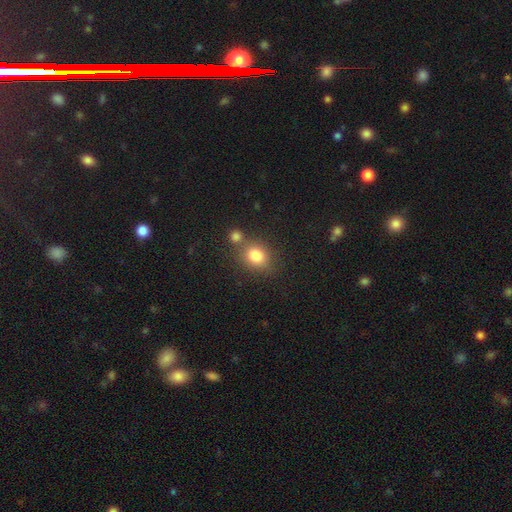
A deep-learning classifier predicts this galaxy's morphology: type=smooth (82%); roundness=round (52%); merging=none (57%).